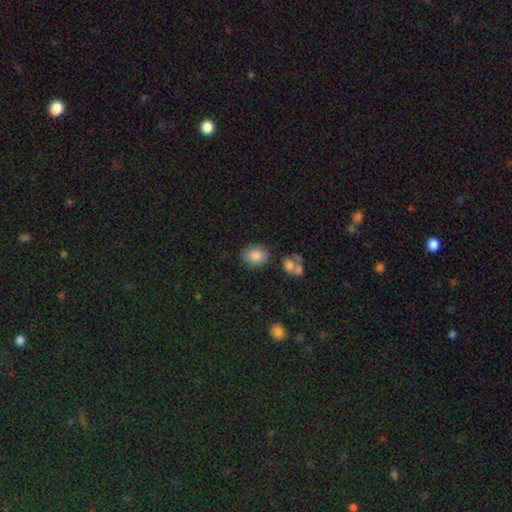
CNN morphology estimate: type=smooth (84%); roundness=in between (54%); merging=none (76%).